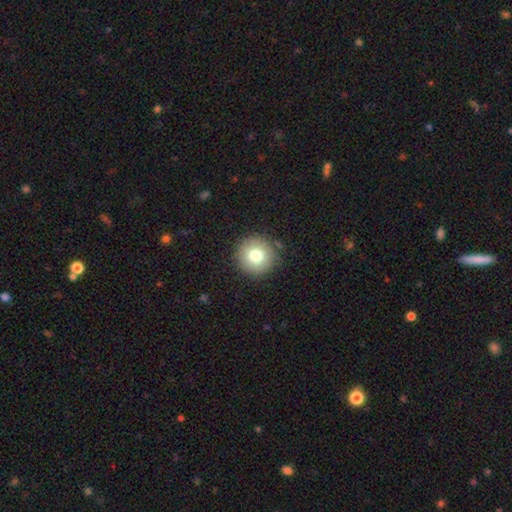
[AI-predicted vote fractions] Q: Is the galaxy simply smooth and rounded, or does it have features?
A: smooth — 77%.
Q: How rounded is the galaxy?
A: round — 95%.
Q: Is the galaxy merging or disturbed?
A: none — 88%.